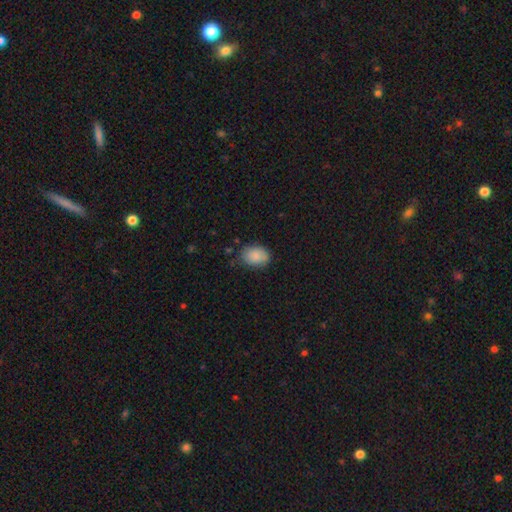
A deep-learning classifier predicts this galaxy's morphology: smooth 88%, star or artifact 7%, featured or disk 5%. Down the decision tree: how rounded — in between (76%); merging — none (75%).